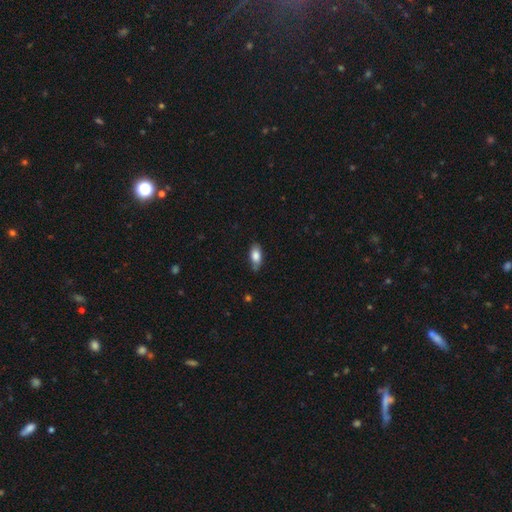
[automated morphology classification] Q: Smooth or featured?
A: smooth (82%); runner-up: featured or disk (11%)
Q: How rounded?
A: in between (89%); runner-up: cigar-shaped (7%)
Q: Merging?
A: none (71%); runner-up: minor disturbance (23%)